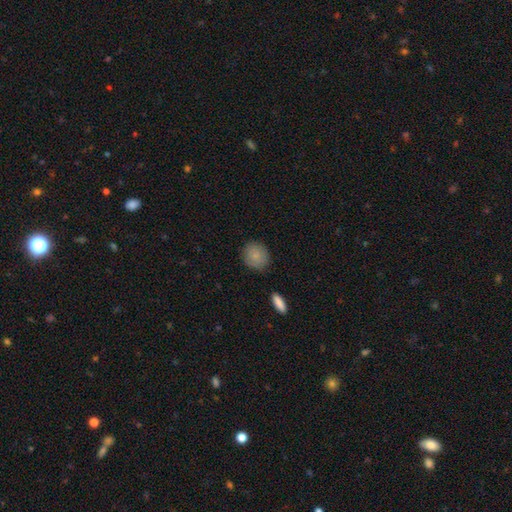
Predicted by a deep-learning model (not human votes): The model was most divided on "how rounded": round: 75%, in between: 24%, cigar-shaped: 1%. More confident: smooth or featured — smooth (86%); merging — none (82%).